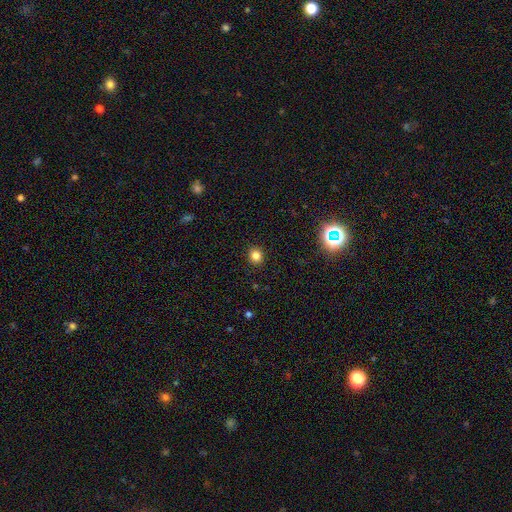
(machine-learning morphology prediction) Smooth or featured: smooth — 82% (star or artifact — 14%)
How rounded: round — 88% (in between — 11%)
Merging: none — 92% (minor disturbance — 6%)